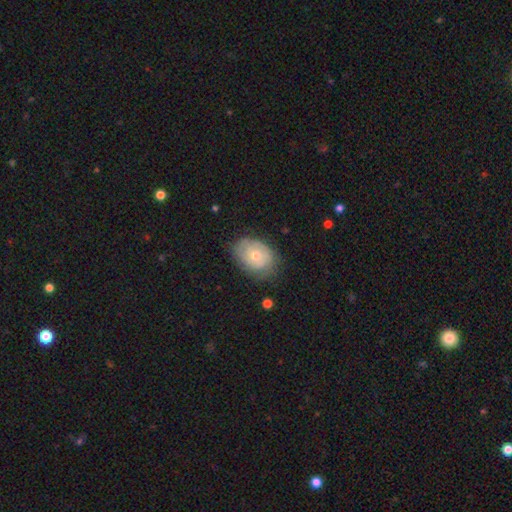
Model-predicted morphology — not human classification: Smooth or featured?
  - smooth: 47% *
  - featured or disk: 46%
  - star or artifact: 8%
Merging?
  - none: 69% *
  - minor disturbance: 24%
  - major disturbance: 6%
  - merger: 1%